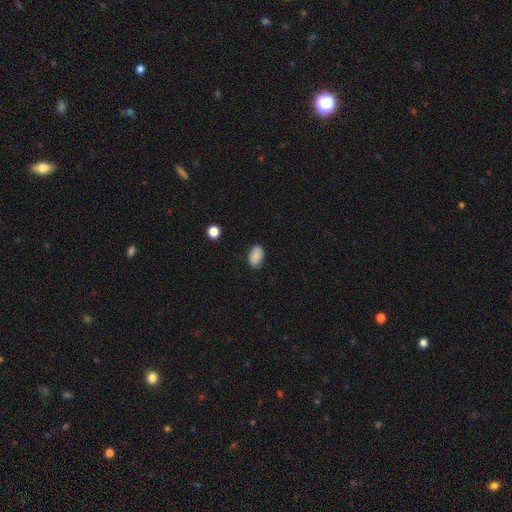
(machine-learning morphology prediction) A smooth galaxy with no disk features (87%) that is in between round and cigar-shaped (91%).

Vote fractions:
- Smooth or featured? smooth: 87% / star or artifact: 8% / featured or disk: 4%
- How rounded? in between: 91% / round: 8% / cigar-shaped: 1%
- Merging? none: 83% / minor disturbance: 13% / major disturbance: 3% / merger: 1%